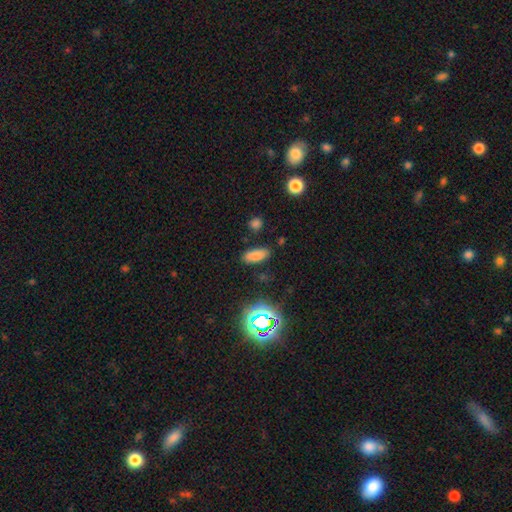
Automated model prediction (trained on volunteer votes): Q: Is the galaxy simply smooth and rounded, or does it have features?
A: smooth — 77%.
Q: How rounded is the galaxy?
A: in between — 81%.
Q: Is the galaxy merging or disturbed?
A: none — 83%.